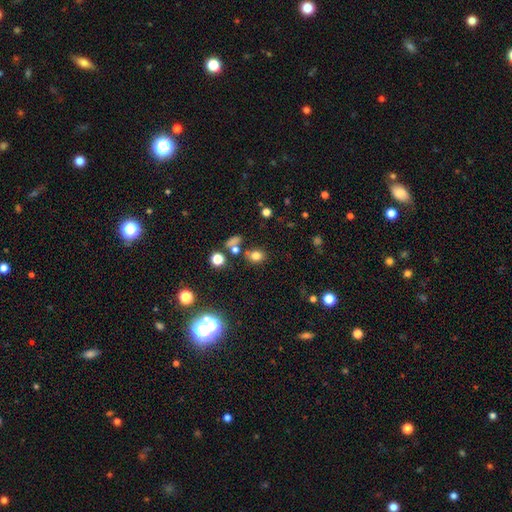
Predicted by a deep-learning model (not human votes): smooth 75%, star or artifact 17%, featured or disk 8%. Down the decision tree: how rounded — round (49%, tied with in between); merging — none (70%).